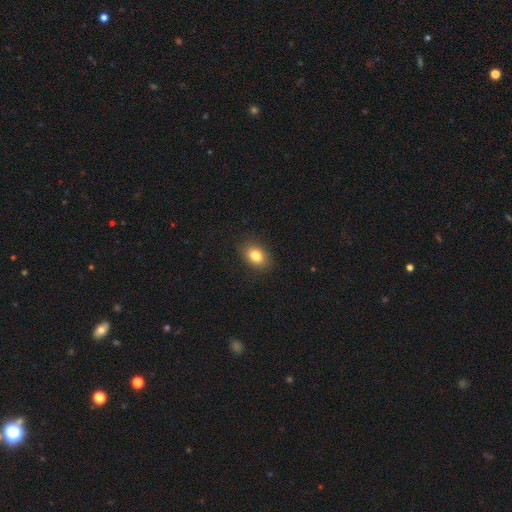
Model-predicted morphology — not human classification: type=smooth (82%); roundness=in between (76%); merging=none (87%).